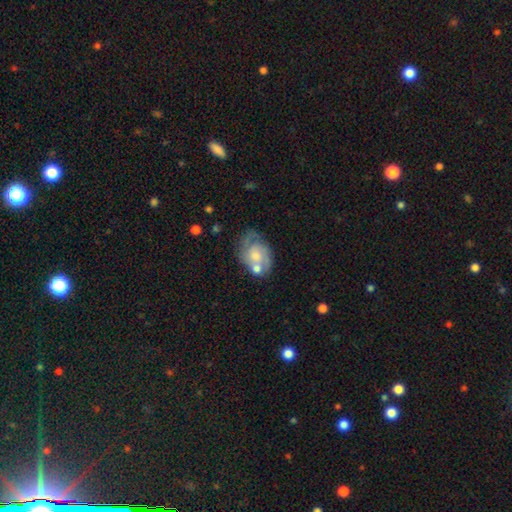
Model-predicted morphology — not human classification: smooth_or_featured: featured or disk (p=0.60) [alt: smooth p=0.34]
disk_edge_on: no (p=0.97) [alt: yes p=0.03]
bar: no (p=0.74) [alt: weak p=0.23]
has_spiral_arms: yes (p=0.75) [alt: no p=0.25]
bulge_size: moderate (p=0.46) [alt: small p=0.34]
merging: none (p=0.42) [alt: minor disturbance p=0.24]